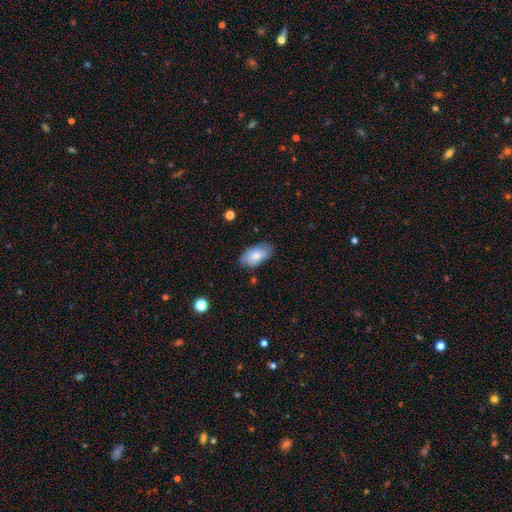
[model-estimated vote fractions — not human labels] Smooth or featured? smooth (79%)
How rounded? in between (94%)
Merging? none (78%)